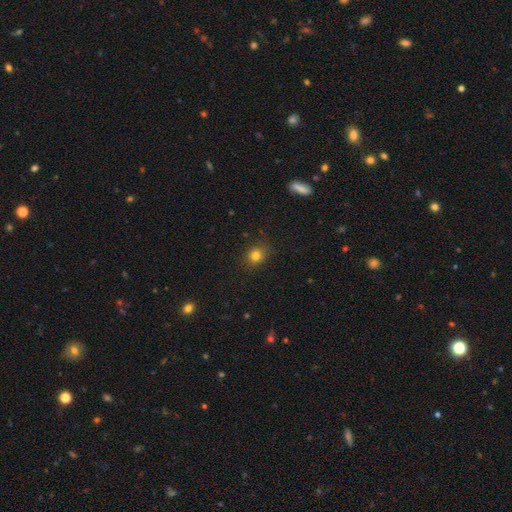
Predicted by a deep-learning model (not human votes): Smooth or featured: smooth — 79% (star or artifact — 14%)
How rounded: round — 72% (in between — 26%)
Merging: none — 86% (minor disturbance — 10%)